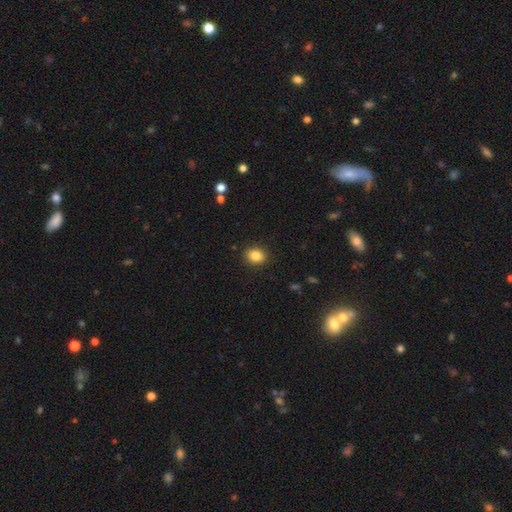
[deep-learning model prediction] smooth_or_featured: smooth (p=0.86) [alt: star or artifact p=0.09]
how_rounded: in between (p=0.52) [alt: round p=0.47]
merging: none (p=0.89) [alt: minor disturbance p=0.08]